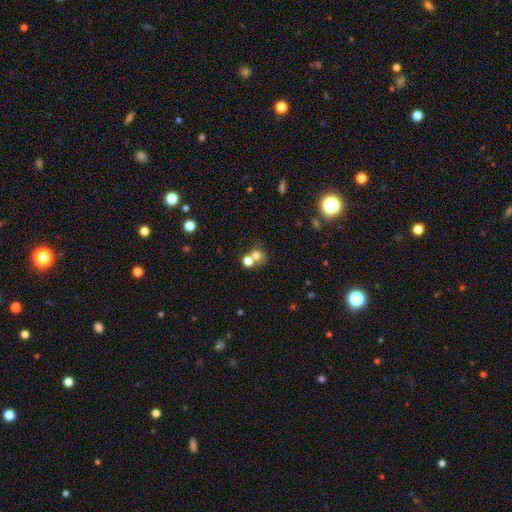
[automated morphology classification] smooth 72%, star or artifact 16%, featured or disk 12%. Down the decision tree: how rounded — round (78%); merging — none (44%, tied with merger).